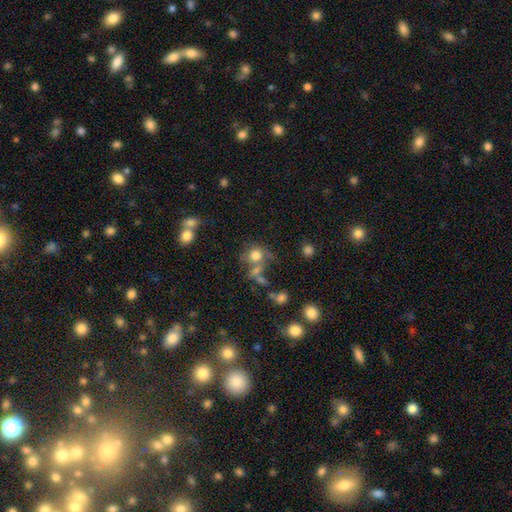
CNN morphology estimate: Q: Smooth or featured?
A: smooth (71%); runner-up: featured or disk (15%)
Q: How rounded?
A: round (77%); runner-up: in between (21%)
Q: Merging?
A: none (43%); runner-up: merger (30%)